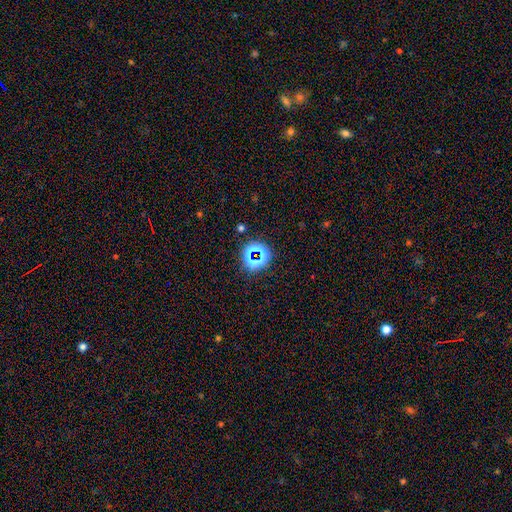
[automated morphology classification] Smooth or featured?
  - star or artifact: 67% *
  - smooth: 24%
  - featured or disk: 9%